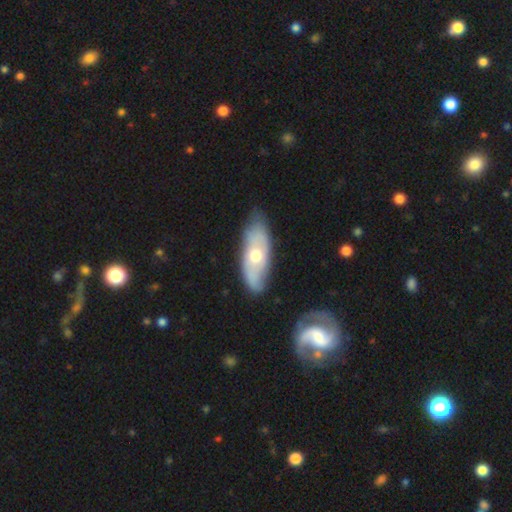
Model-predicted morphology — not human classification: Q: Smooth or featured?
A: featured or disk (55%); runner-up: smooth (40%)
Q: Edge-on disk?
A: no (77%); runner-up: yes (23%)
Q: Merging?
A: none (73%); runner-up: minor disturbance (20%)